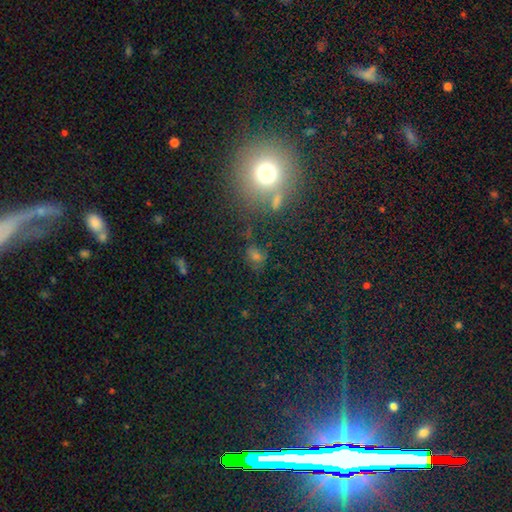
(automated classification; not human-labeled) Smooth or featured: smooth — 50% (star or artifact — 37%)
Merging: none — 67% (minor disturbance — 15%)